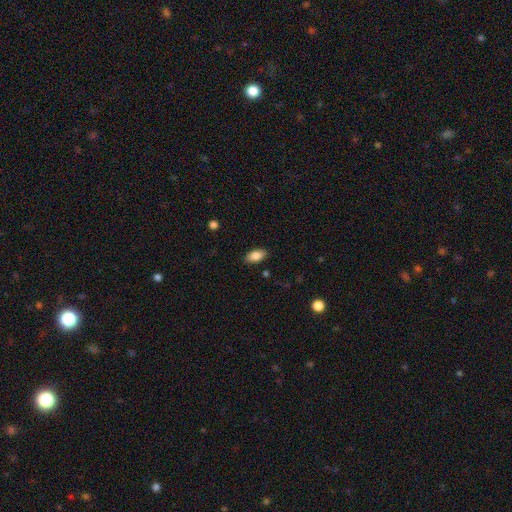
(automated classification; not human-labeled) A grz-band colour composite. It shows a smooth galaxy with no disk features (85%) that is in between round and cigar-shaped (92%). Merging: none (88%).